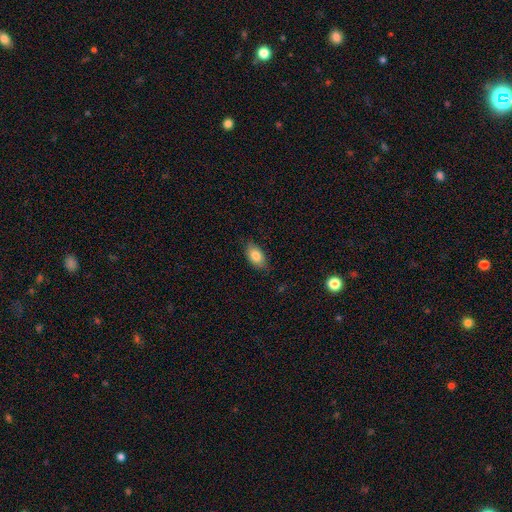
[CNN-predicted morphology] Smooth or featured?
  - smooth: 83% *
  - featured or disk: 10%
  - star or artifact: 7%
How rounded?
  - in between: 91% *
  - round: 6%
  - cigar-shaped: 2%
Merging?
  - none: 82% *
  - minor disturbance: 14%
  - major disturbance: 3%
  - merger: 1%